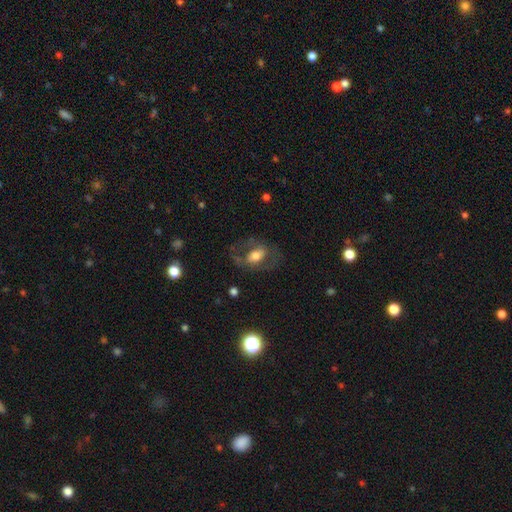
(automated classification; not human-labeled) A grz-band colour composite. It shows a smooth galaxy with no disk features (48%). Merging: none (62%).